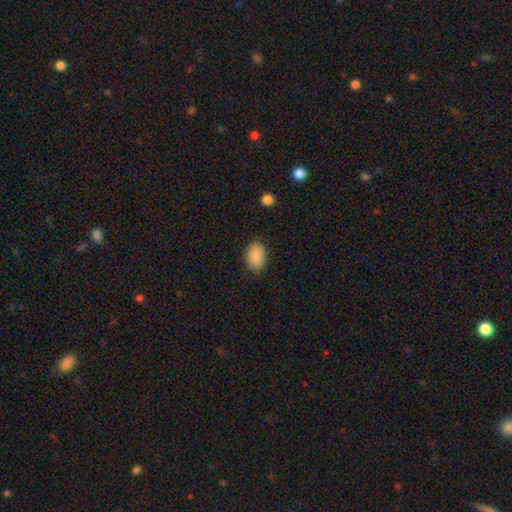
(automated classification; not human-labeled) This appears to be a smooth galaxy with no disk features (89%) that is in between round and cigar-shaped (85%). Merging: none (85%).